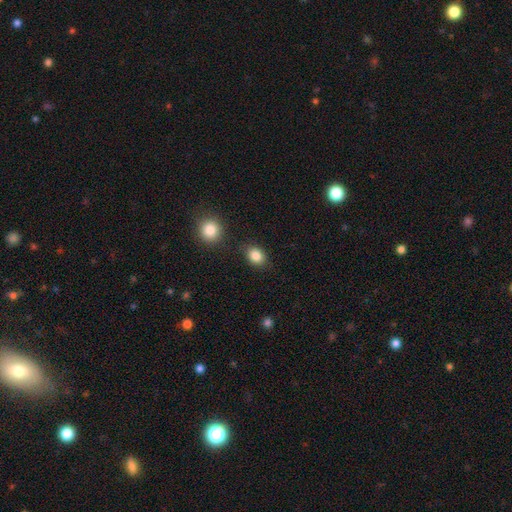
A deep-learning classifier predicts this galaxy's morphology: The model was most divided on "how rounded": in between: 59%, round: 39%, cigar-shaped: 1%. More confident: smooth or featured — smooth (85%); merging — none (82%).